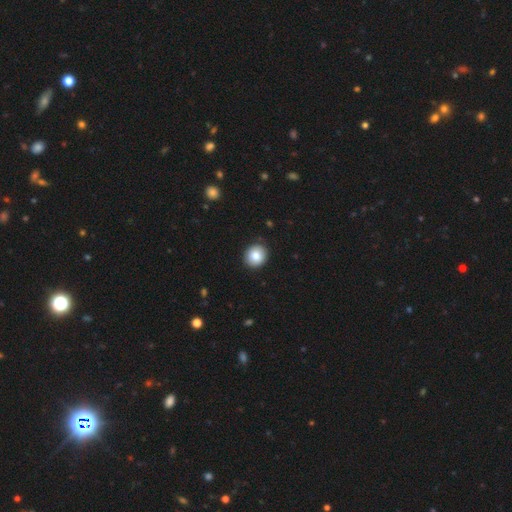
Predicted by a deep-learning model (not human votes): A smooth galaxy with no disk features (84%) that is round (82%).

Vote fractions:
- Smooth or featured? smooth: 84% / star or artifact: 8% / featured or disk: 8%
- How rounded? round: 82% / in between: 17% / cigar-shaped: 1%
- Merging? none: 90% / minor disturbance: 7% / major disturbance: 2% / merger: 1%